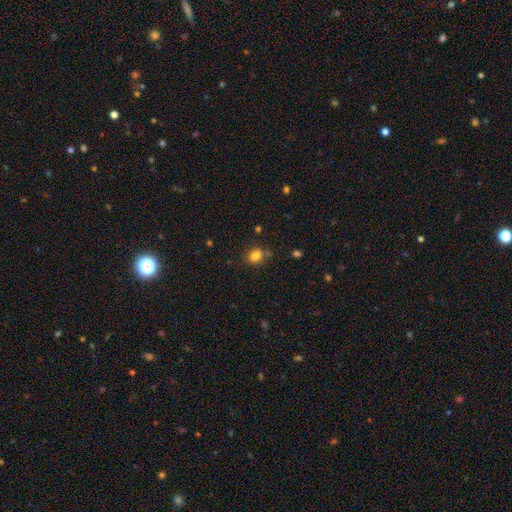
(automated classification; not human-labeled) smooth 83%, star or artifact 12%, featured or disk 5%. Down the decision tree: how rounded — round (56%); merging — none (71%).